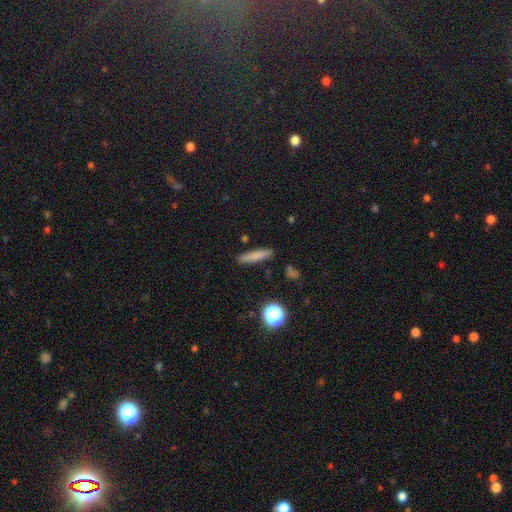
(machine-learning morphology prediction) Smooth or featured? Predicted: smooth (p=0.79). How rounded? Predicted: cigar-shaped (p=0.83). Merging? Predicted: none (p=0.87).